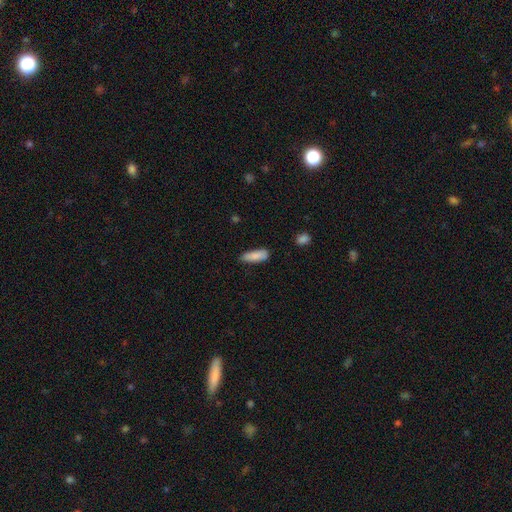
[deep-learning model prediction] Smooth or featured: smooth — 86% (featured or disk — 8%)
How rounded: in between — 64% (cigar-shaped — 34%)
Merging: none — 71% (minor disturbance — 23%)